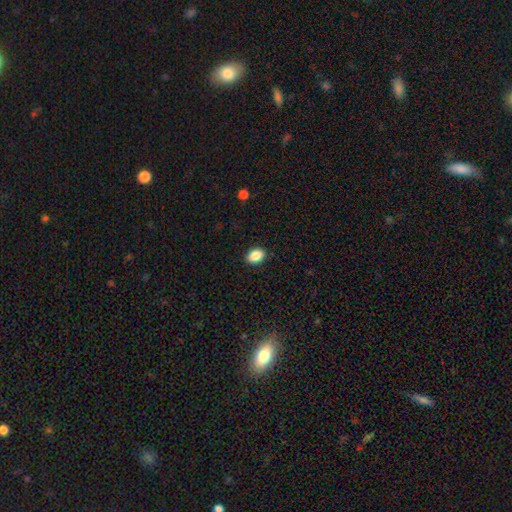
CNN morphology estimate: Smooth or featured? Predicted: smooth (p=0.88). How rounded? Predicted: in between (p=0.82). Merging? Predicted: none (p=0.90).